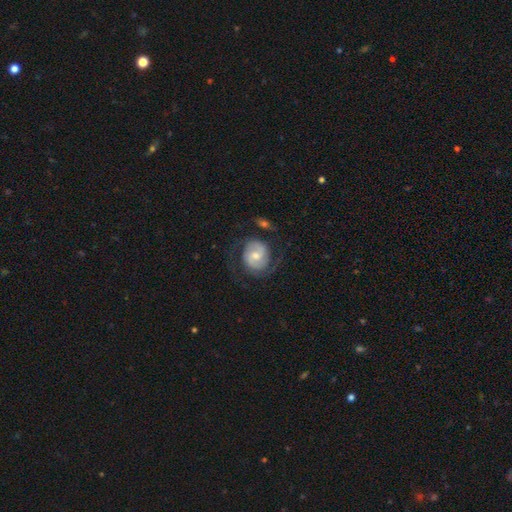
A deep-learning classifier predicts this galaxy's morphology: featured or disk 74%, smooth 20%, star or artifact 6%. Down the decision tree: edge-on disk — no (98%); bar — no (50%); spiral arms — yes (92%); spiral arm count — 2 (82%); spiral winding — medium (43%); bulge size — moderate (50%); merging — none (67%).